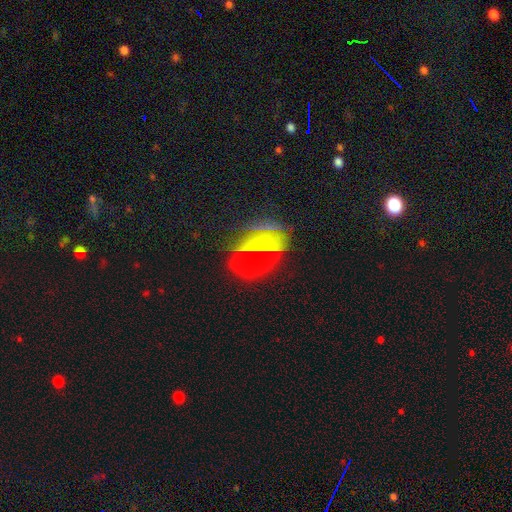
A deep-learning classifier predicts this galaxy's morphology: type=smooth (48%); merging=none (75%).